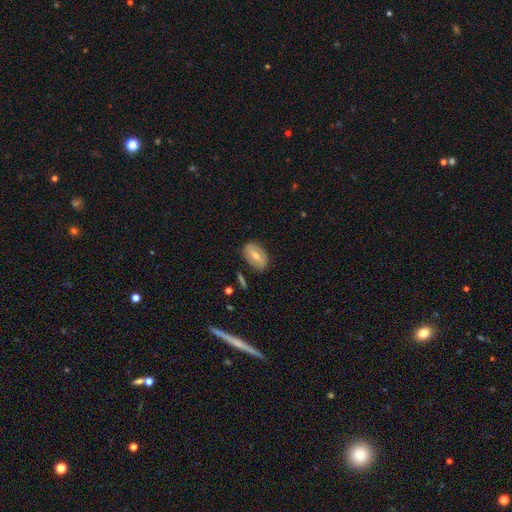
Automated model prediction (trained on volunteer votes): This appears to be a smooth galaxy with no disk features (48%). Merging: none (83%).